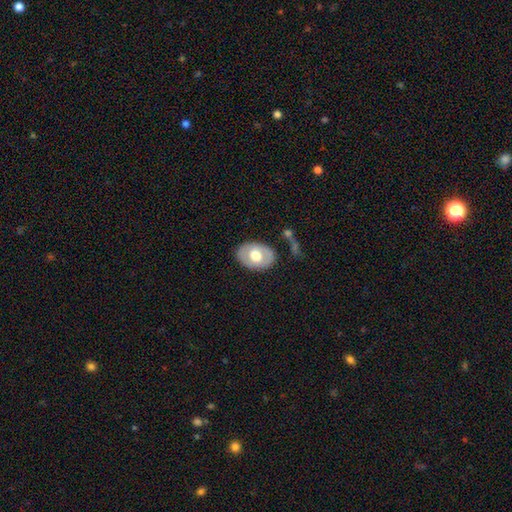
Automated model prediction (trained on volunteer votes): A smooth galaxy with no disk features (51%) that is in between round and cigar-shaped (80%). Merging: none (81%).